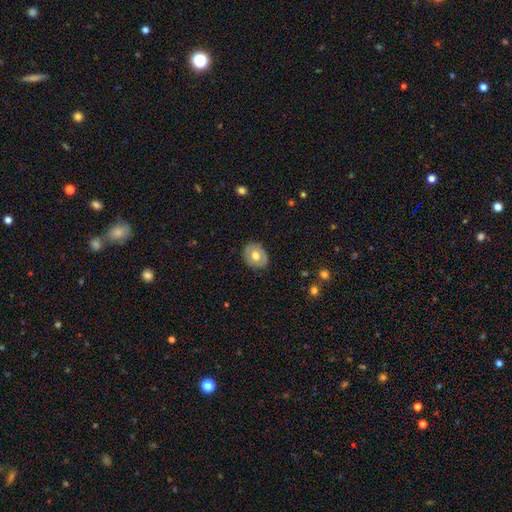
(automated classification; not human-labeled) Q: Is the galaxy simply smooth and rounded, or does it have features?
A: smooth — 62%.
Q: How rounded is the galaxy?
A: round — 55%.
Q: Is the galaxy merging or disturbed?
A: none — 86%.